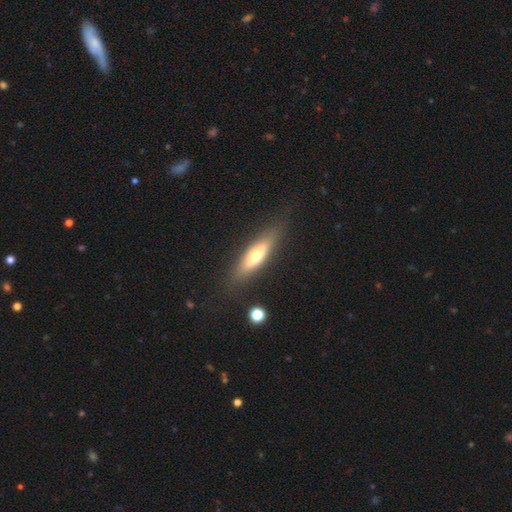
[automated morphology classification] smooth_or_featured: smooth (p=0.54) [alt: featured or disk p=0.39]
how_rounded: cigar-shaped (p=0.61) [alt: in between p=0.37]
merging: none (p=0.82) [alt: minor disturbance p=0.12]